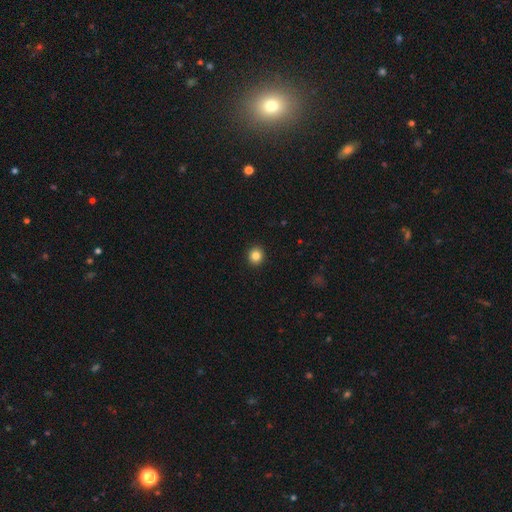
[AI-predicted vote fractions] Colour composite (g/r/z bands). It shows a smooth galaxy with no disk features (85%) that is round (88%). Merging: none (93%).